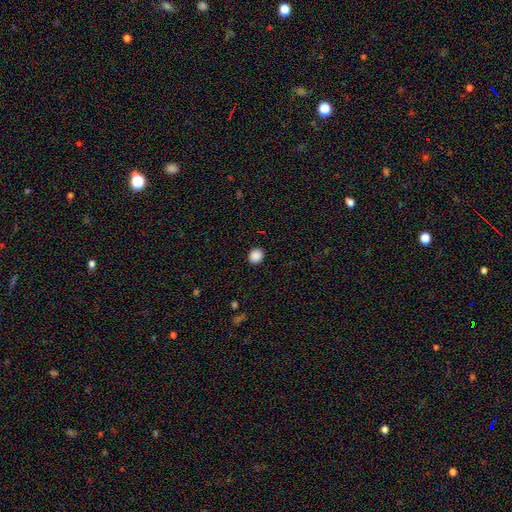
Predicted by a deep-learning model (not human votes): Smooth or featured: smooth — 88% (star or artifact — 9%)
How rounded: round — 80% (in between — 19%)
Merging: none — 92% (minor disturbance — 5%)